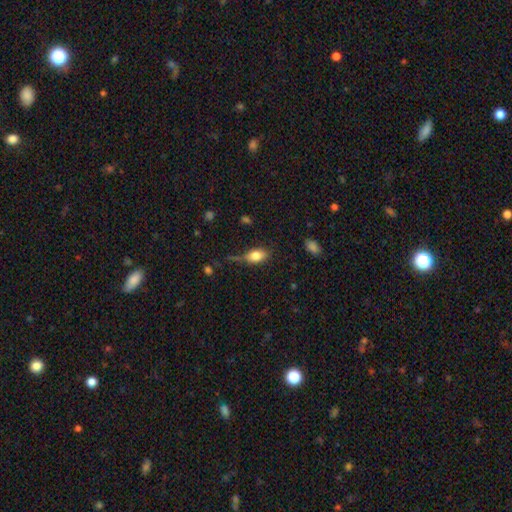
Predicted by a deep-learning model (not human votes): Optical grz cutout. It shows a smooth galaxy with no disk features (79%) that is in between round and cigar-shaped (87%). Merging: none (57%).